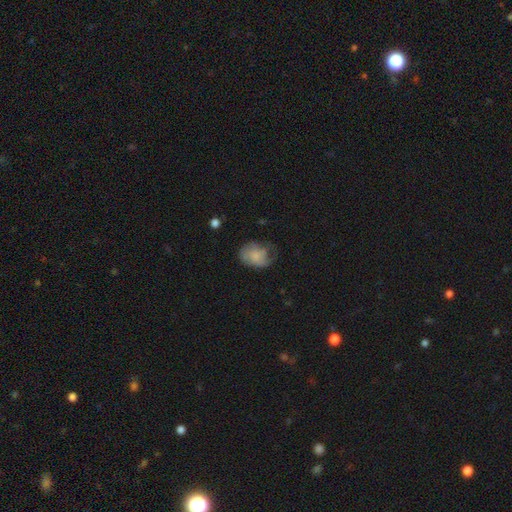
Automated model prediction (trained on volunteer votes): Smooth or featured: smooth — 58% (featured or disk — 34%)
How rounded: in between — 60% (round — 39%)
Merging: none — 41% (minor disturbance — 32%)